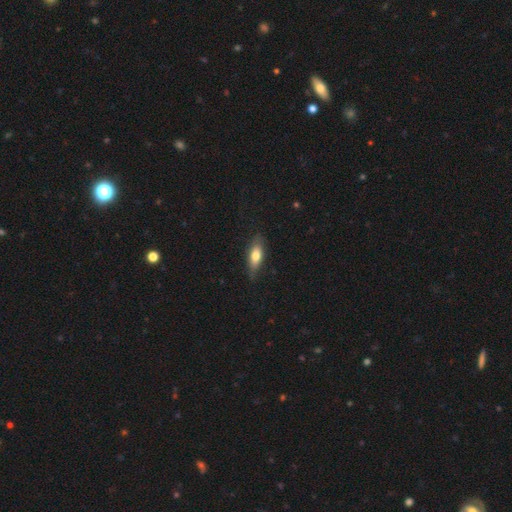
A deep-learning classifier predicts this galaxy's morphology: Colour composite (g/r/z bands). It shows a smooth galaxy with no disk features (69%) that is in between round and cigar-shaped (65%). Merging: none (78%).